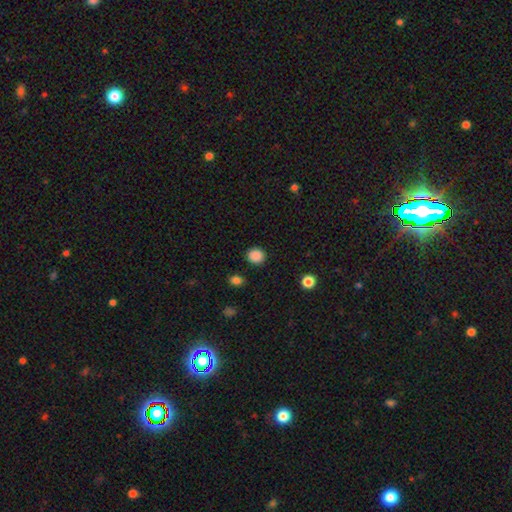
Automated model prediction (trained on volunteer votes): A smooth galaxy with no disk features (87%) that is round (87%).

Vote fractions:
- Smooth or featured? smooth: 87% / star or artifact: 10% / featured or disk: 3%
- How rounded? round: 87% / in between: 12% / cigar-shaped: 1%
- Merging? none: 91% / minor disturbance: 6% / major disturbance: 2% / merger: 2%